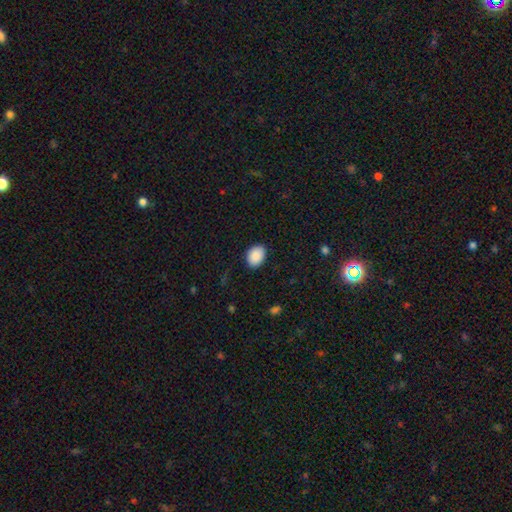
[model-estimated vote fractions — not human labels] A smooth galaxy with no disk features (90%) that is in between round and cigar-shaped (74%).

Vote fractions:
- Smooth or featured? smooth: 90% / star or artifact: 7% / featured or disk: 3%
- How rounded? in between: 74% / round: 25% / cigar-shaped: 1%
- Merging? none: 87% / minor disturbance: 10% / major disturbance: 2% / merger: 1%